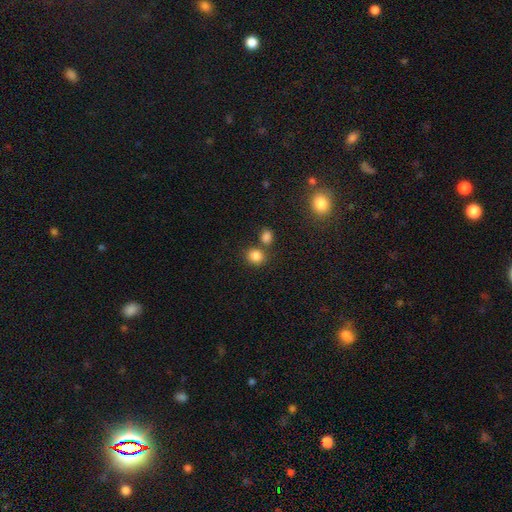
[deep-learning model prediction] A smooth galaxy with no disk features (84%) that is round (79%).

Vote fractions:
- Smooth or featured? smooth: 84% / star or artifact: 12% / featured or disk: 5%
- How rounded? round: 79% / in between: 20% / cigar-shaped: 1%
- Merging? none: 66% / merger: 22% / minor disturbance: 9% / major disturbance: 3%